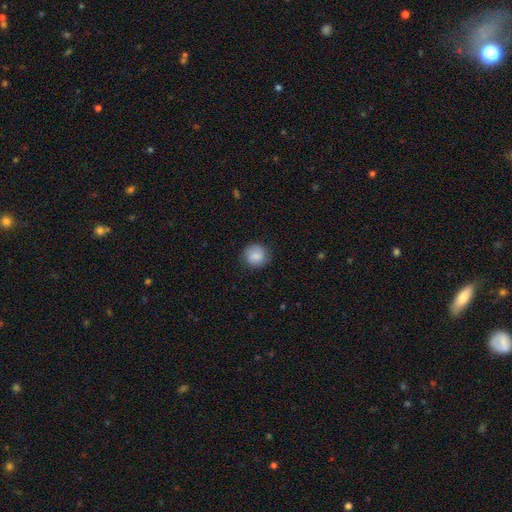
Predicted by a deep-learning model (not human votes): Smooth or featured? Predicted: smooth (p=0.86). How rounded? Predicted: round (p=0.91). Merging? Predicted: none (p=0.85).